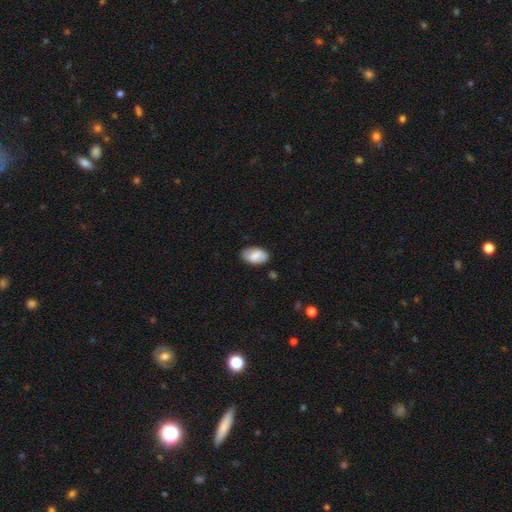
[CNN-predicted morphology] smooth 78%, featured or disk 16%, star or artifact 7%. Down the decision tree: how rounded — in between (94%); merging — none (81%).